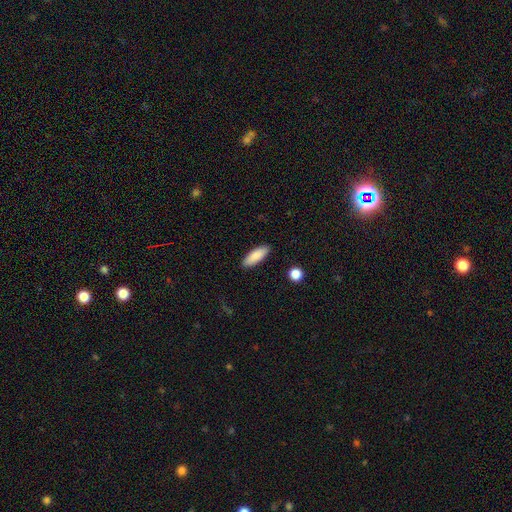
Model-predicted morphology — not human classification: This is clearly a smooth galaxy (87%). How rounded: likely in between (63%). Merging: clearly none (89%).